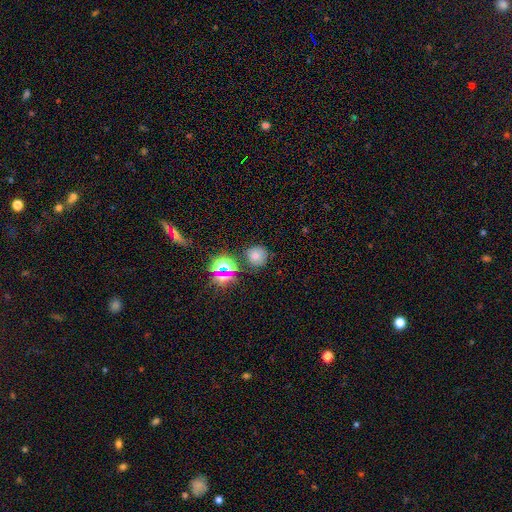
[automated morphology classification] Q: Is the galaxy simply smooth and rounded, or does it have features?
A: smooth — 63%.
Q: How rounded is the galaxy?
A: round — 89%.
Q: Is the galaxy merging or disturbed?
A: none — 77%.